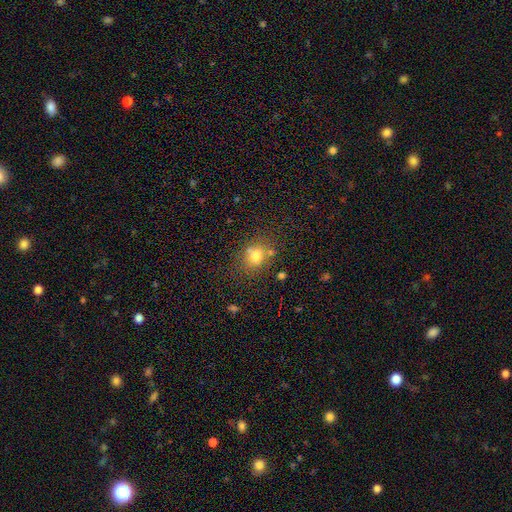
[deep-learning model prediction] This appears to be a smooth galaxy with no disk features (71%) that is round (55%). Merging: none (68%).